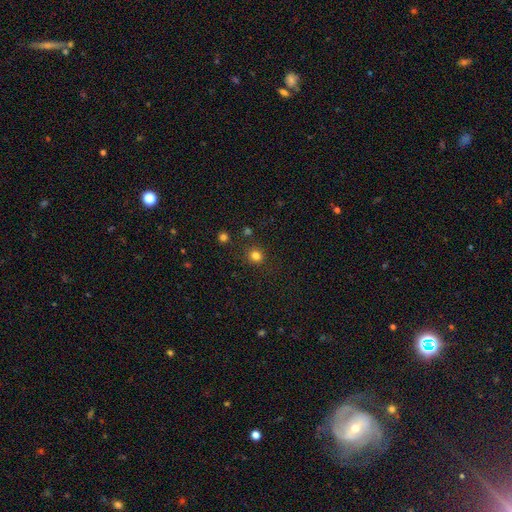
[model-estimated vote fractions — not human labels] Smooth or featured? smooth (81%)
How rounded? round (88%)
Merging? none (85%)